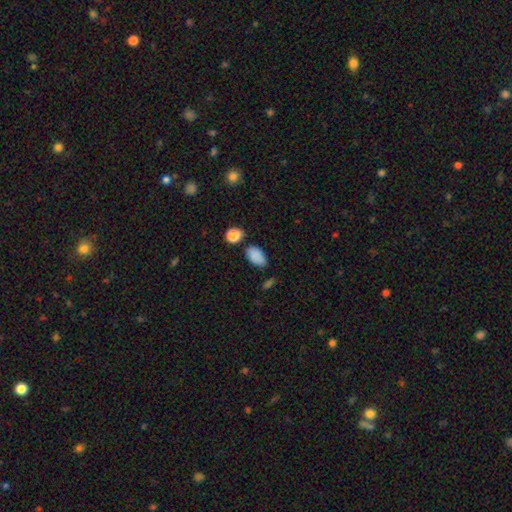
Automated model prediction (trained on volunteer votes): Smooth or featured: smooth — 85% (star or artifact — 10%)
How rounded: in between — 92% (round — 6%)
Merging: none — 70% (minor disturbance — 20%)